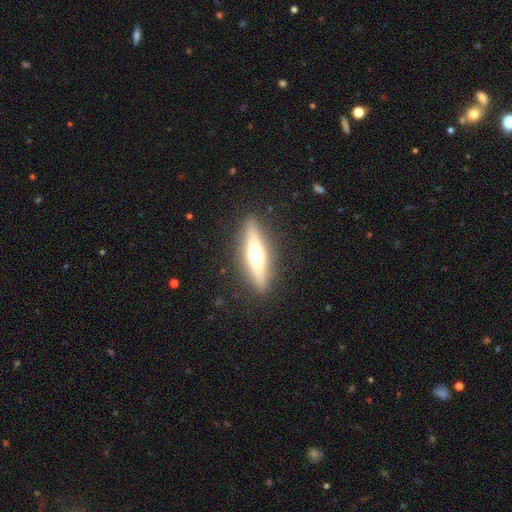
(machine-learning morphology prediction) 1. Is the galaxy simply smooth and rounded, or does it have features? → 57% featured or disk, 35% smooth, 7% star or artifact.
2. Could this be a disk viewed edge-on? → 91% yes, 9% no.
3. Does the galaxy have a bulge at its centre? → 92% rounded, 4% boxy, 3% none.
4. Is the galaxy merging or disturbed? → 89% none, 8% minor disturbance, 2% major disturbance, 1% merger.